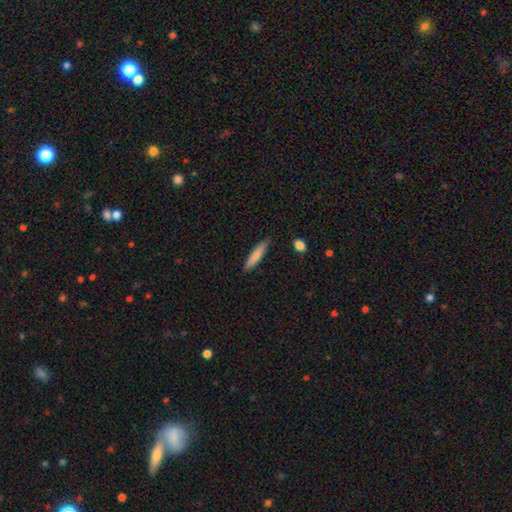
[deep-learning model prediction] A smooth galaxy with no disk features (80%) that is cigar-shaped (88%). Merging: none (87%).